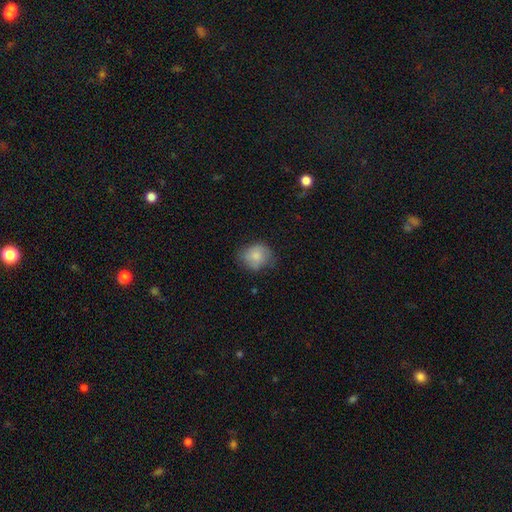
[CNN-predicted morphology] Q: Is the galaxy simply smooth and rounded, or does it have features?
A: smooth — 76%.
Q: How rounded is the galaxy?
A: round — 63%.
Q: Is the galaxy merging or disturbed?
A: none — 61%.